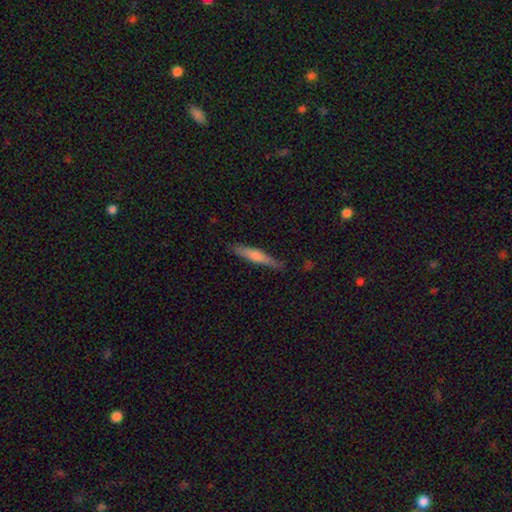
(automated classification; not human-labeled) This is possibly a featured or disk galaxy (47%, tied with smooth). Merging: clearly none (86%).